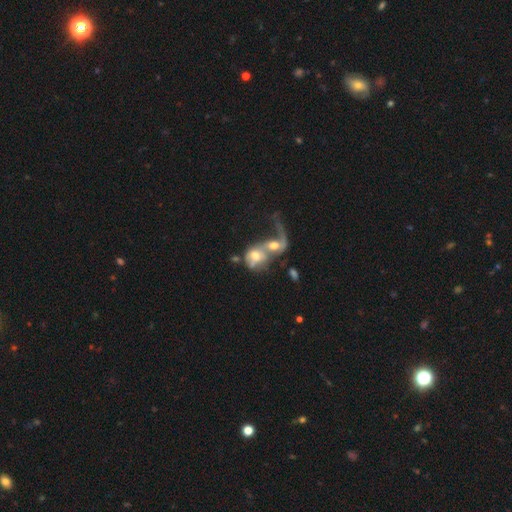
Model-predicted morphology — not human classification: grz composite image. It shows a featured or disk galaxy (53%) with no bar (68%), spiral arms (55%) and a moderate central bulge (60%). Merging: merger (79%).